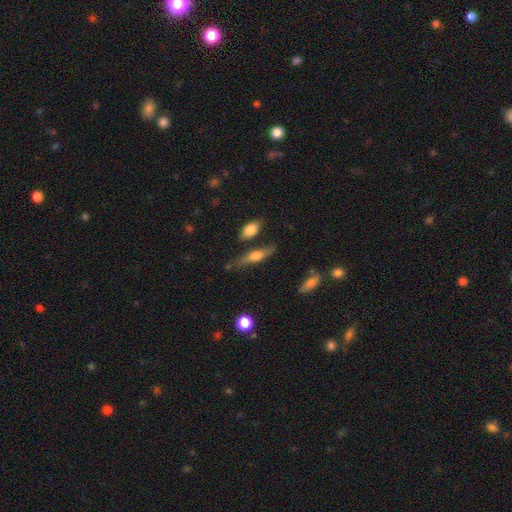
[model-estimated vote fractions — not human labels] Q: Smooth or featured?
A: featured or disk (49%); runner-up: smooth (44%)
Q: Merging?
A: none (72%); runner-up: minor disturbance (16%)